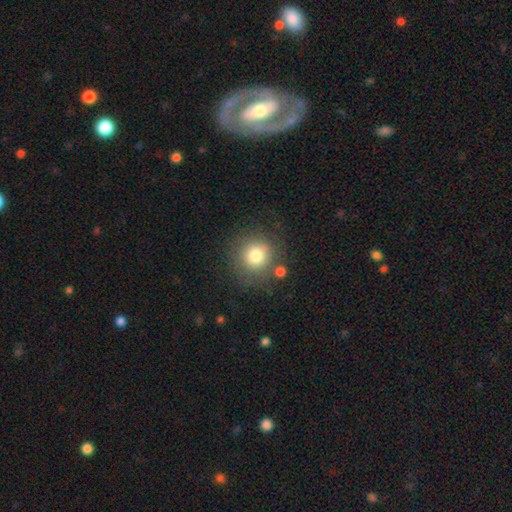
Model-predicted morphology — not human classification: A smooth galaxy with no disk features (78%) that is round (92%).

Vote fractions:
- Smooth or featured? smooth: 78% / star or artifact: 12% / featured or disk: 11%
- How rounded? round: 92% / in between: 7% / cigar-shaped: 1%
- Merging? none: 76% / minor disturbance: 12% / merger: 7% / major disturbance: 5%